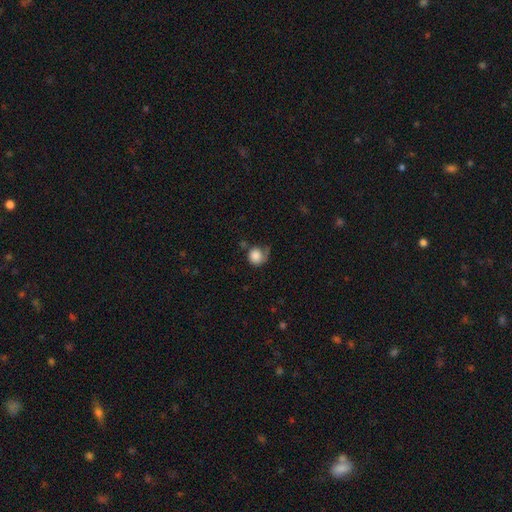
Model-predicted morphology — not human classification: smooth-or-featured: smooth: 75% | featured or disk: 17% | star or artifact: 8%
  how-rounded: round: 80% | in between: 19% | cigar-shaped: 1%
  merging: none: 38% | major disturbance: 30% | minor disturbance: 27% | merger: 6%